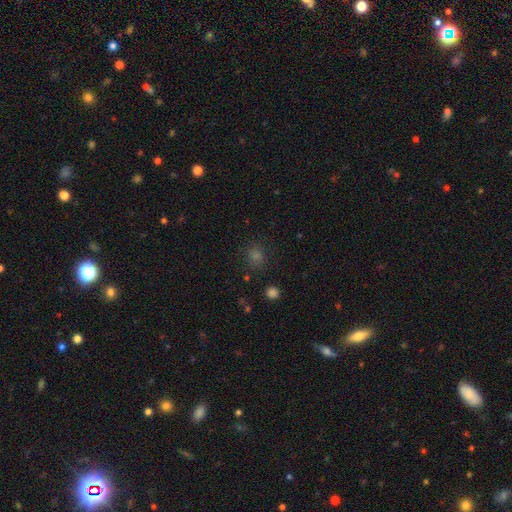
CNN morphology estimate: Q: Smooth or featured?
A: smooth (62%); runner-up: star or artifact (32%)
Q: How rounded?
A: round (79%); runner-up: in between (20%)
Q: Merging?
A: none (85%); runner-up: minor disturbance (9%)